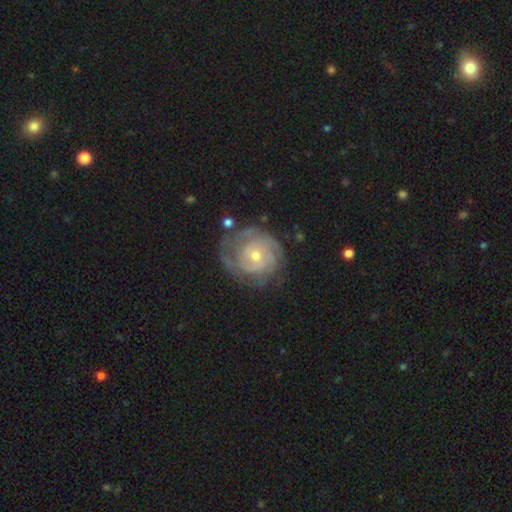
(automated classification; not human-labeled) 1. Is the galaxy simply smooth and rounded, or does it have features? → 78% featured or disk, 16% smooth, 6% star or artifact.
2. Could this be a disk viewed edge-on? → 97% no, 3% yes.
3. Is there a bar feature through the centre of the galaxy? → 72% no, 24% weak, 4% strong.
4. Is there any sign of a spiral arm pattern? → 89% yes, 11% no.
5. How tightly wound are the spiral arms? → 69% tight, 24% medium, 7% loose.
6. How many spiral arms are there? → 42% can't tell, 26% 2, 16% 3, 7% 4, 5% 1, 4% more than 4.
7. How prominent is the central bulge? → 58% small, 38% moderate, 2% large, 1% none, 1% dominant.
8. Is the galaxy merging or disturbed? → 67% none, 20% minor disturbance, 11% major disturbance, 2% merger.